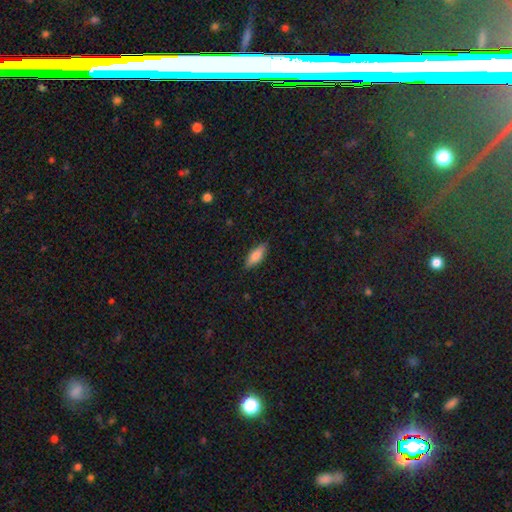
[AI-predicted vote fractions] The model was most divided on "how rounded": in between: 56%, cigar-shaped: 42%, round: 2%. More confident: merging — none (87%); smooth or featured — smooth (78%).